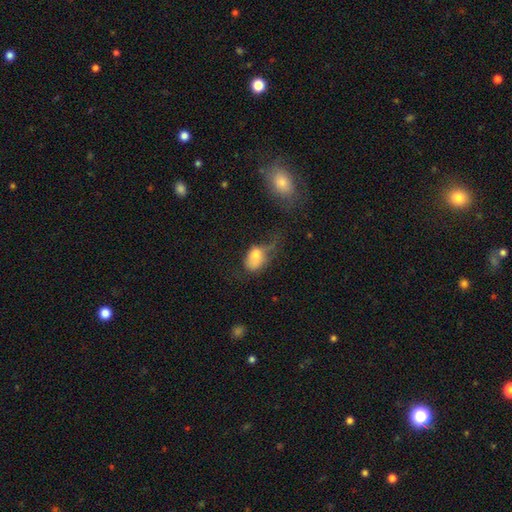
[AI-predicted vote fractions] smooth-or-featured: smooth: 72% | featured or disk: 18% | star or artifact: 10%
  how-rounded: in between: 77% | round: 21% | cigar-shaped: 2%
  merging: major disturbance: 40% | minor disturbance: 30% | none: 23% | merger: 8%